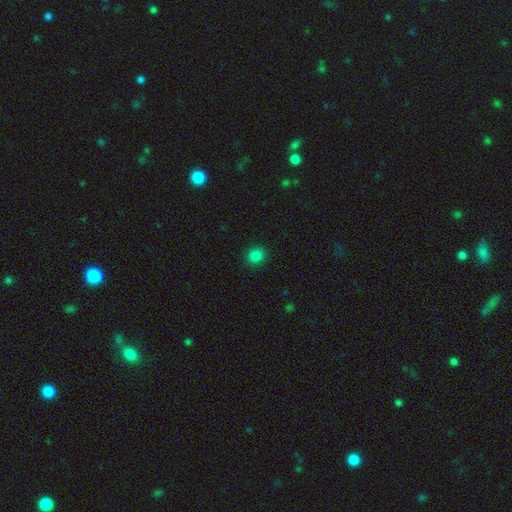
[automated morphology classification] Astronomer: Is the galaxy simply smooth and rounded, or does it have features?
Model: smooth — 83%.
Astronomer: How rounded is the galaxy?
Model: round — 86%.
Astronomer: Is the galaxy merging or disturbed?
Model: none — 92%.